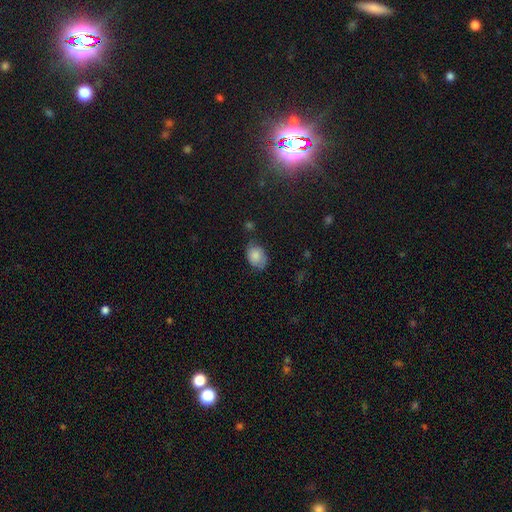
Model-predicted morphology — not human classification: Overall: smooth (80%). How rounded: in between (75%). Merging: none (62%; minor disturbance 28%).